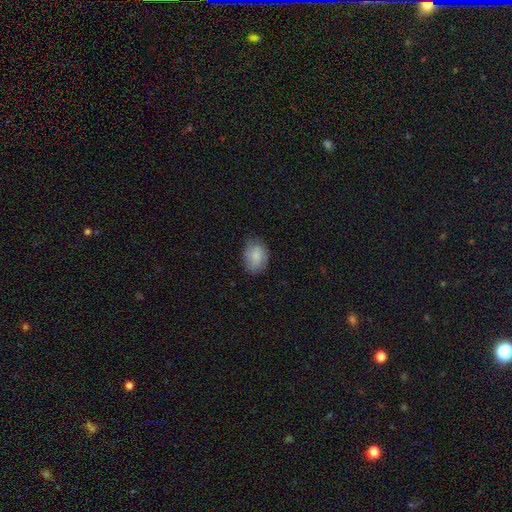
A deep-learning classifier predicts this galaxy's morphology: smooth_or_featured: smooth (p=0.80) [alt: featured or disk p=0.13]
how_rounded: in between (p=0.79) [alt: round p=0.19]
merging: none (p=0.72) [alt: minor disturbance p=0.21]